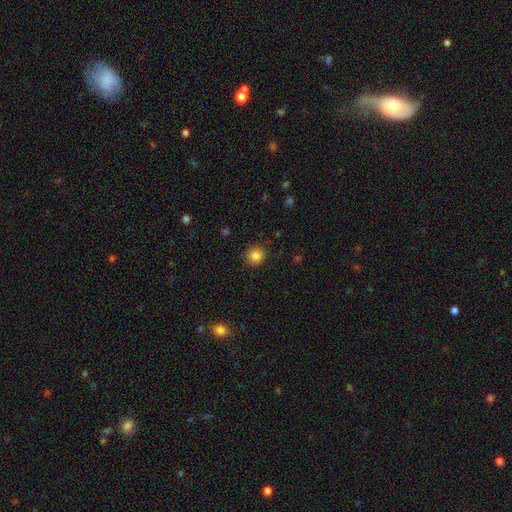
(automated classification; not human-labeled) A smooth galaxy with no disk features (86%) that is round (90%). Merging: none (88%).